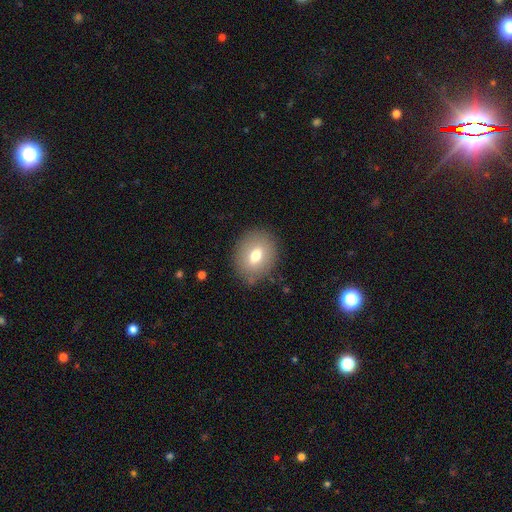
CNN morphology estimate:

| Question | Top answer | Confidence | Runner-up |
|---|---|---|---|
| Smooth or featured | smooth | 69% | featured or disk (22%) |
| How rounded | round | 51% | in between (48%) |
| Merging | none | 82% | minor disturbance (12%) |